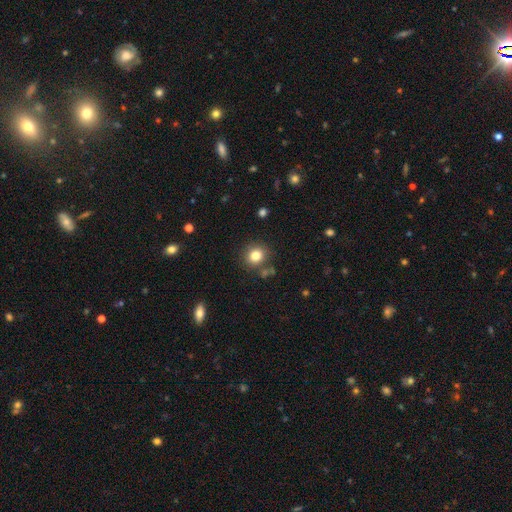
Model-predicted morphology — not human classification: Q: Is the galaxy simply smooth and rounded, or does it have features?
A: smooth — 81%.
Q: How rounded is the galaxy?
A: round — 82%.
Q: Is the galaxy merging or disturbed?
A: none — 82%.